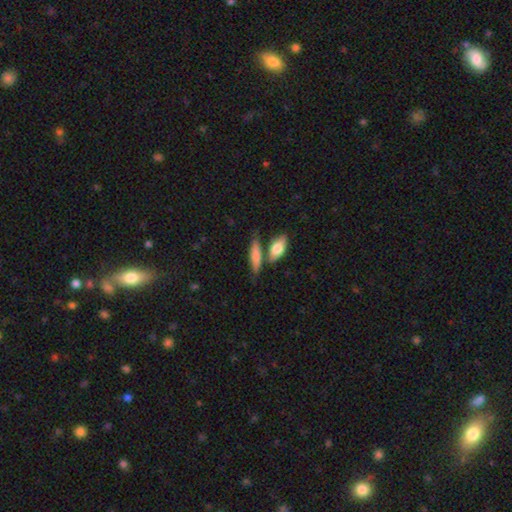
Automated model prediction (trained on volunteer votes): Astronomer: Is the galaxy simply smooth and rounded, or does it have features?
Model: smooth — 77%.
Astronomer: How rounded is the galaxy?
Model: cigar-shaped — 57% (runner-up: in between, 38%).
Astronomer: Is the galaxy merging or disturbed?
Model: none — 61%.